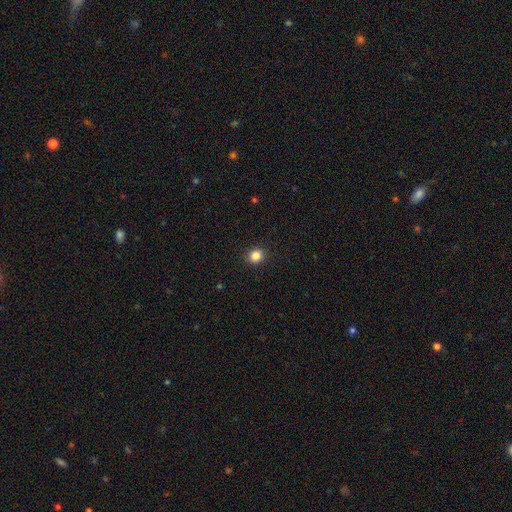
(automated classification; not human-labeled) Overall: smooth (85%). How rounded: round (81%). Merging: none (92%).